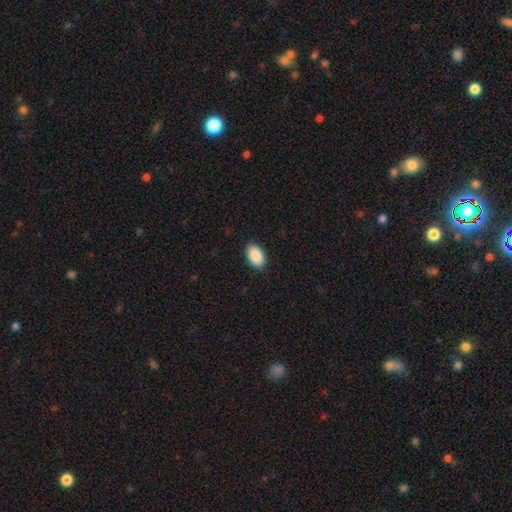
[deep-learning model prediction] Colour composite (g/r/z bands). It shows a smooth galaxy with no disk features (91%) that is in between round and cigar-shaped (93%). Merging: none (89%).